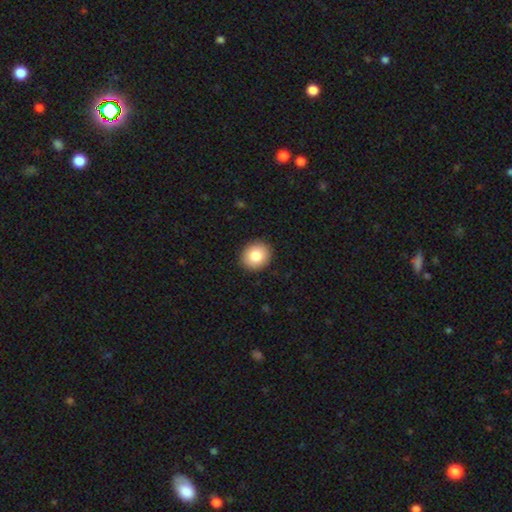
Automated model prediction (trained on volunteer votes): Smooth or featured?
  - smooth: 83% *
  - featured or disk: 9%
  - star or artifact: 8%
How rounded?
  - round: 71% *
  - in between: 28%
  - cigar-shaped: 1%
Merging?
  - none: 91% *
  - minor disturbance: 6%
  - major disturbance: 2%
  - merger: 1%